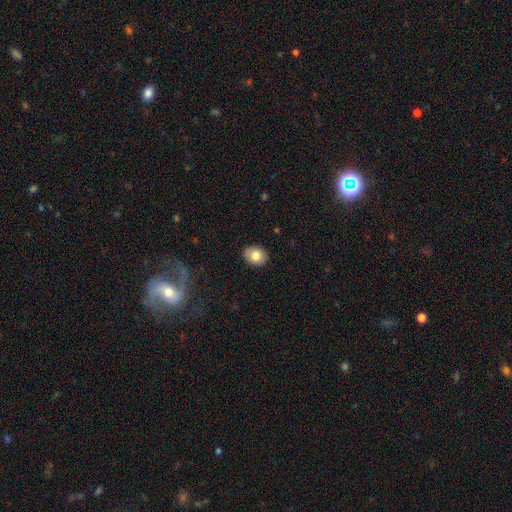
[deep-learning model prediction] The model was most divided on "how rounded": in between: 60%, round: 39%, cigar-shaped: 1%. More confident: merging — none (88%); smooth or featured — smooth (81%).